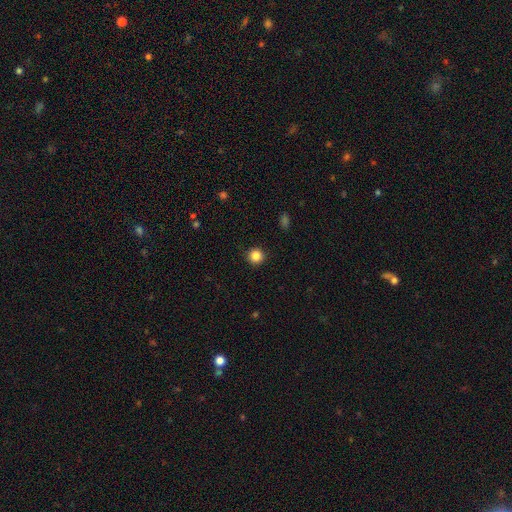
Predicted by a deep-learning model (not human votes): Smooth or featured? smooth (86%)
How rounded? round (95%)
Merging? none (92%)